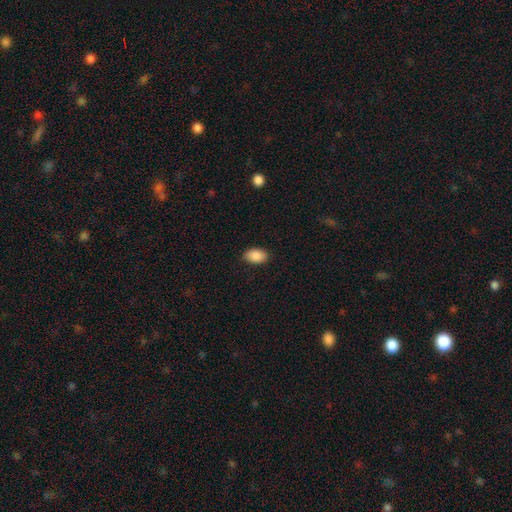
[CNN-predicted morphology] type=smooth (88%); roundness=in between (91%); merging=none (87%).